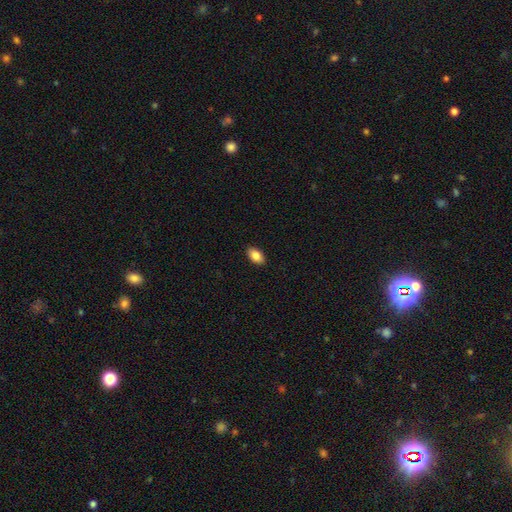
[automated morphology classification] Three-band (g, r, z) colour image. It shows a smooth galaxy with no disk features (86%) that is in between round and cigar-shaped (92%). Merging: none (90%).